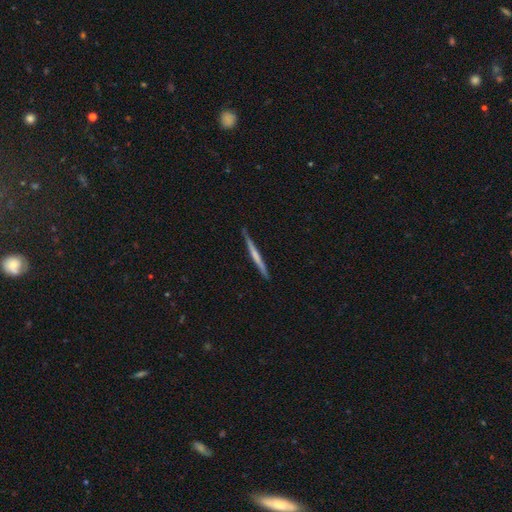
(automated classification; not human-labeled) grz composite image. It shows a featured or disk galaxy (54%) viewed edge-on (98%) with no central bulge (69%). Merging: none (89%).